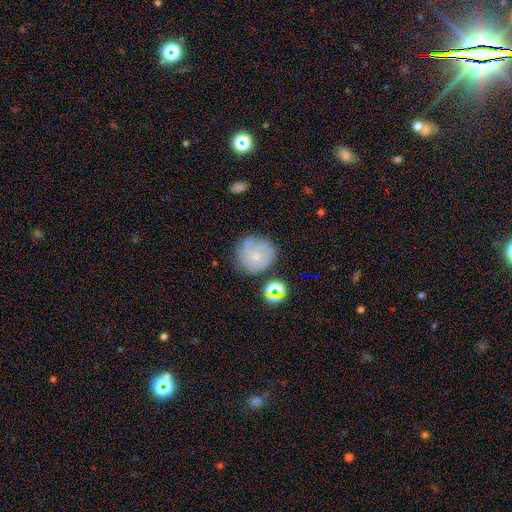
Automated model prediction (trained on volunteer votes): smooth_or_featured: smooth (p=0.60) [alt: featured or disk p=0.28]
how_rounded: round (p=0.90) [alt: in between p=0.09]
merging: none (p=0.67) [alt: minor disturbance p=0.19]